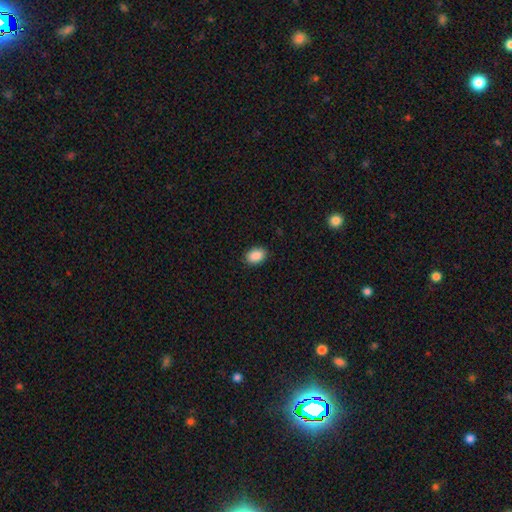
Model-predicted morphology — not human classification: smooth 90%, star or artifact 7%, featured or disk 3%. Down the decision tree: how rounded — in between (82%); merging — none (89%).